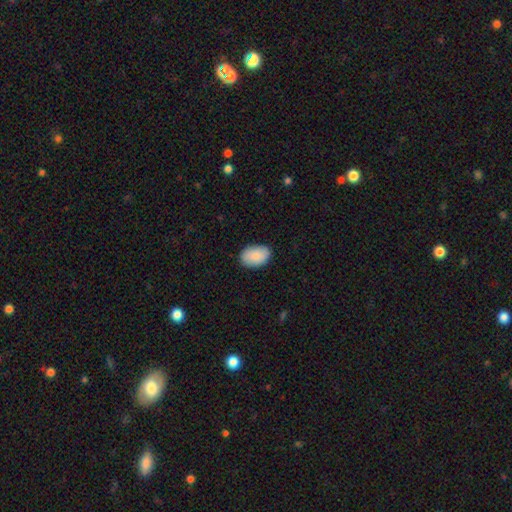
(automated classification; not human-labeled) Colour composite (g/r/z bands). It shows a smooth galaxy with no disk features (90%) that is in between round and cigar-shaped (89%). Merging: none (86%).